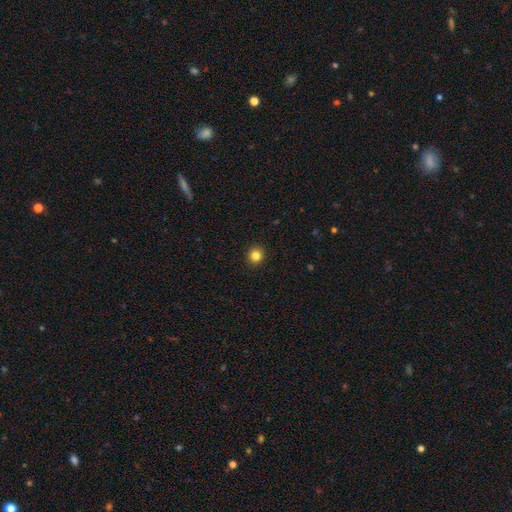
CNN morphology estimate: This is clearly a smooth galaxy (83%). How rounded: clearly round (92%). Merging: clearly none (93%).